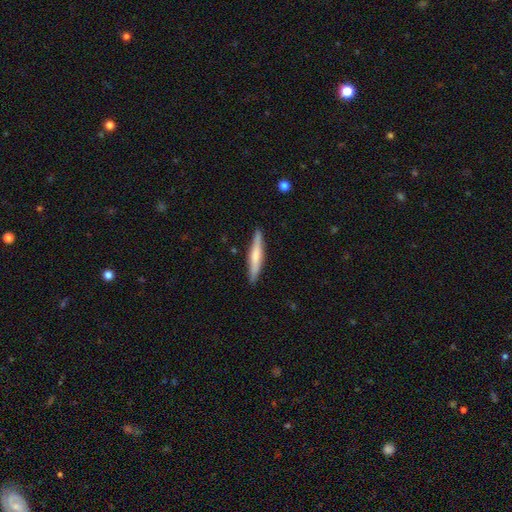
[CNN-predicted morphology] type=smooth (55%); roundness=cigar-shaped (92%); merging=none (89%).